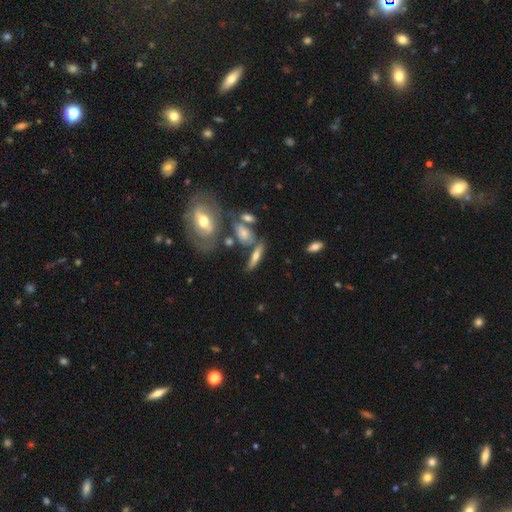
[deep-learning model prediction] This is possibly a smooth galaxy (47%). Merging: likely none (64%).